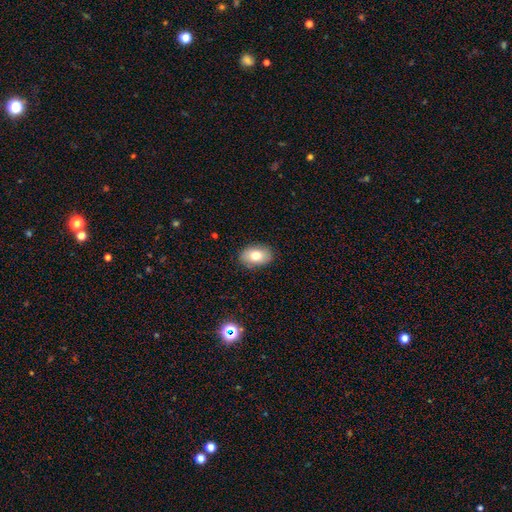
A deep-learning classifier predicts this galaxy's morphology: Smooth or featured: smooth — 76% (featured or disk — 15%)
How rounded: in between — 84% (round — 14%)
Merging: none — 87% (minor disturbance — 10%)